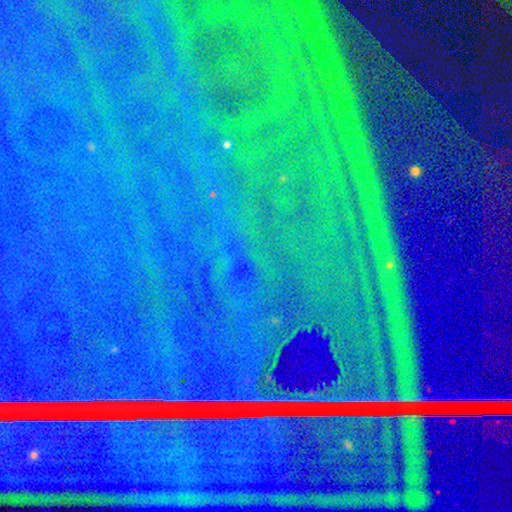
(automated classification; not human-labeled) smooth-or-featured: star or artifact: 89% | featured or disk: 6% | smooth: 5%